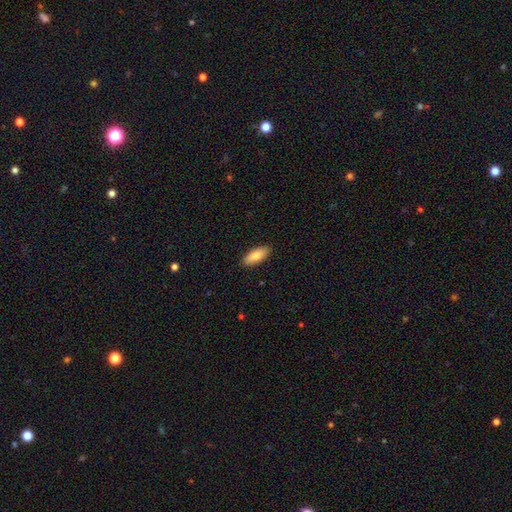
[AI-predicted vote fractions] Q: Smooth or featured?
A: smooth (84%); runner-up: featured or disk (11%)
Q: How rounded?
A: in between (78%); runner-up: cigar-shaped (20%)
Q: Merging?
A: none (90%); runner-up: minor disturbance (8%)